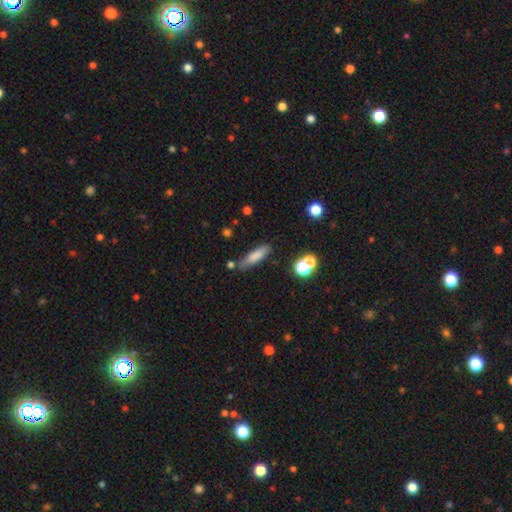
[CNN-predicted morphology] This appears to be a smooth galaxy with no disk features (76%) that is cigar-shaped (69%). Merging: none (72%).